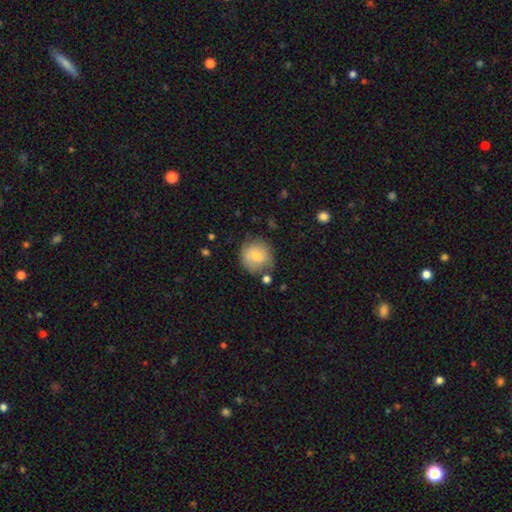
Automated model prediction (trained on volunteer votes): Smooth or featured?
  - smooth: 77% *
  - featured or disk: 15%
  - star or artifact: 8%
How rounded?
  - round: 89% *
  - in between: 10%
  - cigar-shaped: 1%
Merging?
  - none: 67% *
  - minor disturbance: 21%
  - major disturbance: 7%
  - merger: 6%